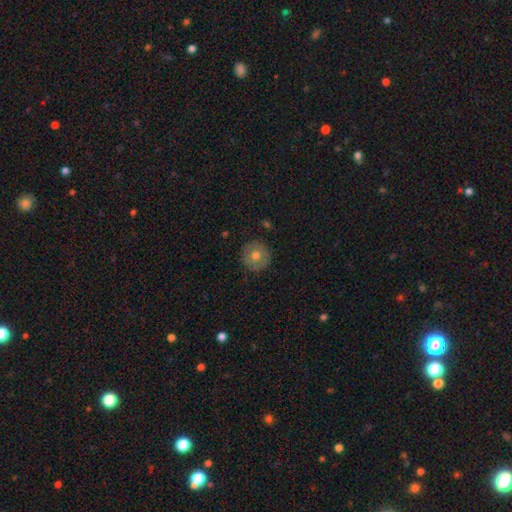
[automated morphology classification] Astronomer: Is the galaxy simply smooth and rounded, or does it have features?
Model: smooth — 58%.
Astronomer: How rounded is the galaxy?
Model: round — 95%.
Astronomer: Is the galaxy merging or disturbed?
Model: none — 88%.